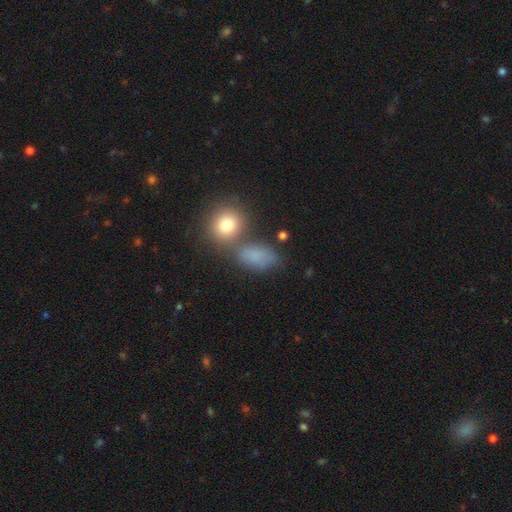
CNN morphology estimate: Smooth or featured?
  - smooth: 75% *
  - star or artifact: 15%
  - featured or disk: 10%
How rounded?
  - in between: 76% *
  - round: 19%
  - cigar-shaped: 5%
Merging?
  - none: 49% *
  - merger: 24%
  - minor disturbance: 19%
  - major disturbance: 9%